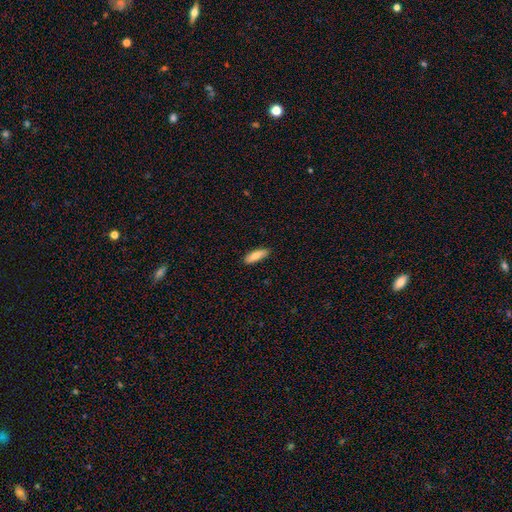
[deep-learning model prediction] smooth 78%, featured or disk 16%, star or artifact 6%. Down the decision tree: how rounded — in between (54%); merging — none (87%).